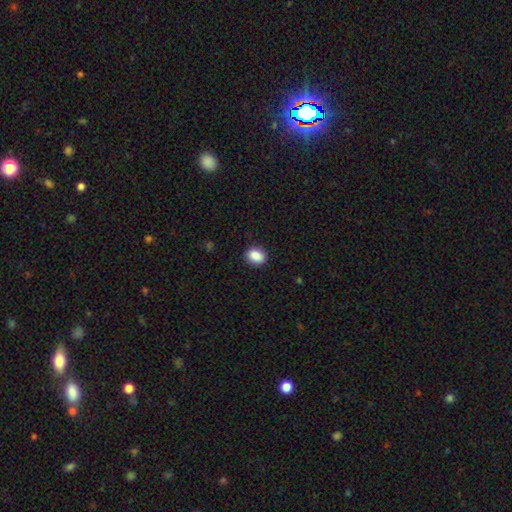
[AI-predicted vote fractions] A smooth galaxy with no disk features (89%) that is in between round and cigar-shaped (62%). Merging: none (89%).